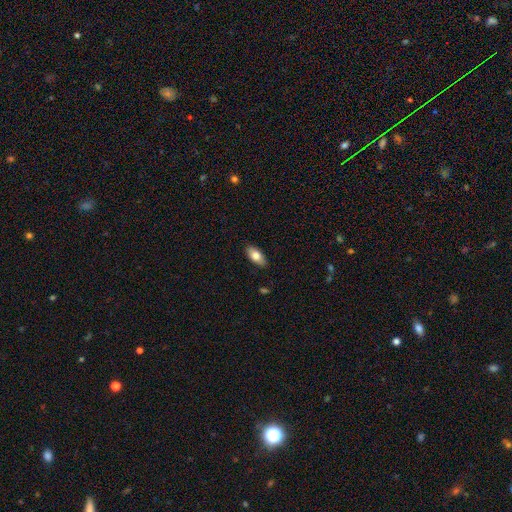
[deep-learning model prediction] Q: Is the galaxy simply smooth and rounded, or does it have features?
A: smooth — 79%.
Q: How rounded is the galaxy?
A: in between — 91%.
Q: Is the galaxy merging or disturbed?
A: none — 88%.